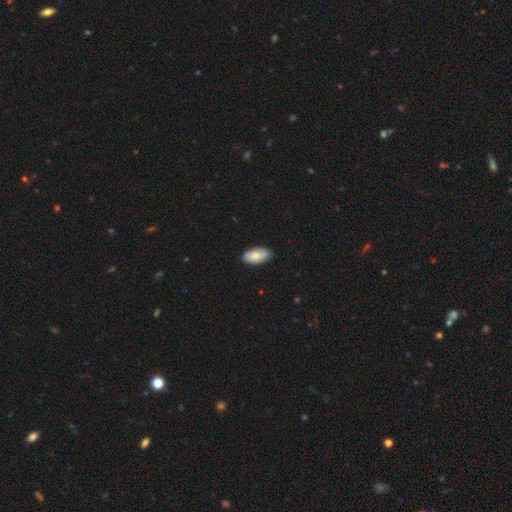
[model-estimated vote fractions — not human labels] Overall: smooth (77%). How rounded: in between (94%). Merging: none (86%).